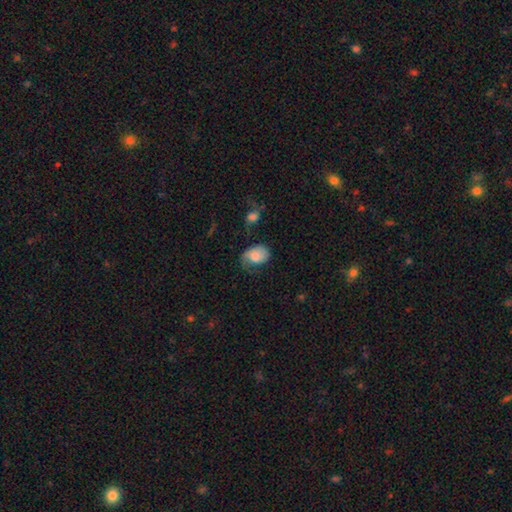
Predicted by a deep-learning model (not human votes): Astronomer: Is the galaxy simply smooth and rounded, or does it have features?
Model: smooth — 65%.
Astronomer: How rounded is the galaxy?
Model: in between — 75%.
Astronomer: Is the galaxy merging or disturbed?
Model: none — 38% (runner-up: minor disturbance, 35%).